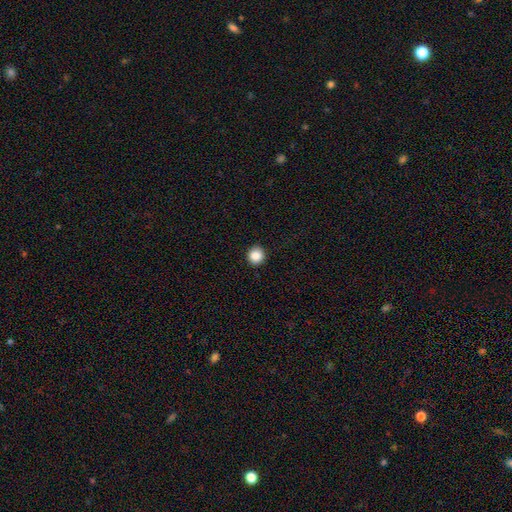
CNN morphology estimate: A smooth galaxy with no disk features (87%) that is round (94%).

Vote fractions:
- Smooth or featured? smooth: 87% / star or artifact: 10% / featured or disk: 3%
- How rounded? round: 94% / in between: 5% / cigar-shaped: 1%
- Merging? none: 93% / minor disturbance: 5% / major disturbance: 2% / merger: 1%